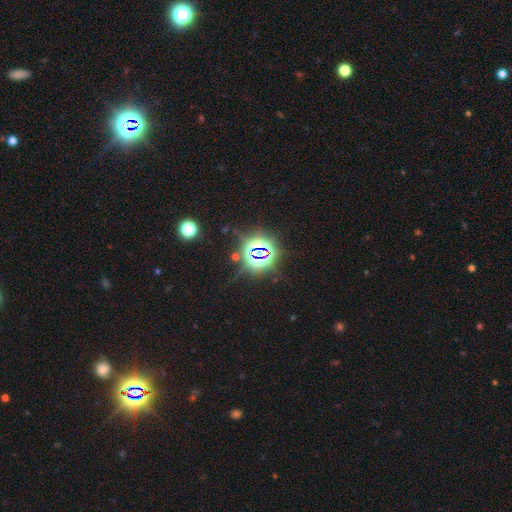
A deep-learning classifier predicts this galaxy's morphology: This appears to be a star or artifact, not a galaxy (82%).